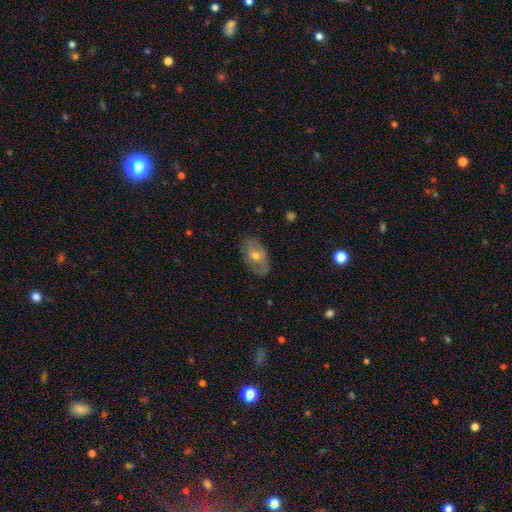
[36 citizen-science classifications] smooth 56%, featured or disk 42%, star or artifact 3%. Down the decision tree: how rounded — in between (85%); merging — none (83%).